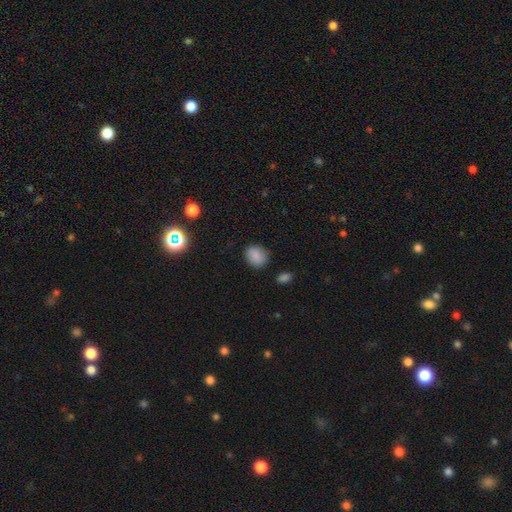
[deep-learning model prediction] The model was most divided on "how rounded": round: 61%, in between: 38%, cigar-shaped: 1%. More confident: smooth or featured — smooth (85%); merging — none (82%).